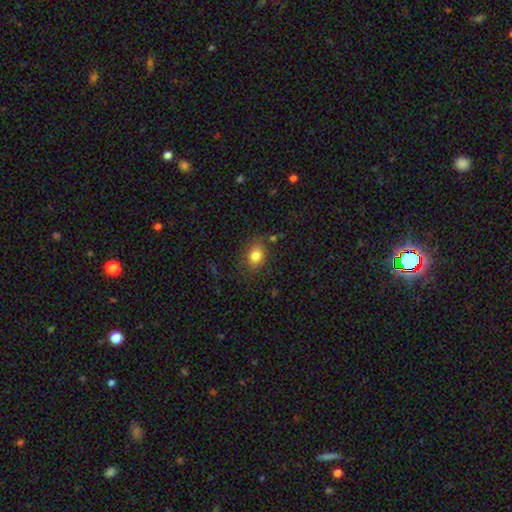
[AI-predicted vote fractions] This appears to be a smooth galaxy with no disk features (82%) that is in between round and cigar-shaped (54%). Merging: none (79%).